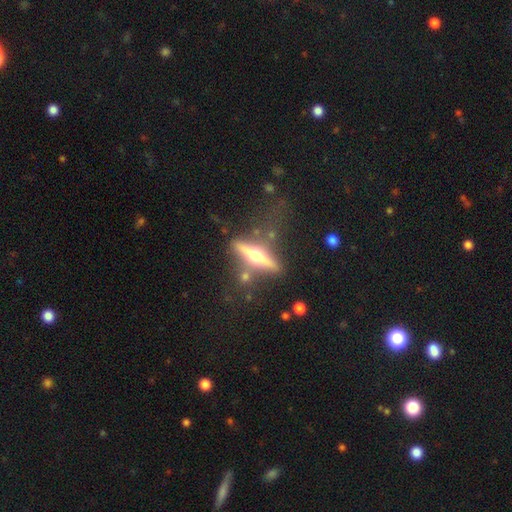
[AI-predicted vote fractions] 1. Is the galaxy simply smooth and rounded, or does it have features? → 74% featured or disk, 20% smooth, 6% star or artifact.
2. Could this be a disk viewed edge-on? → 95% yes, 5% no.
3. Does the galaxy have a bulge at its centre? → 96% rounded, 2% boxy, 2% none.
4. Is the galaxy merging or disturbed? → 74% none, 14% minor disturbance, 6% merger, 6% major disturbance.